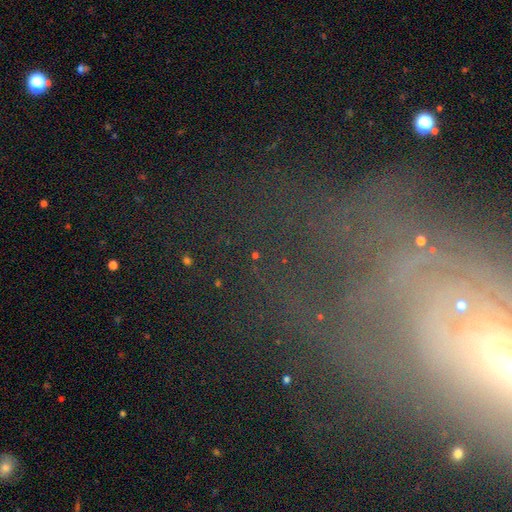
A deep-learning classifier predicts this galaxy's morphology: Smooth or featured? Predicted: star or artifact (p=0.71).